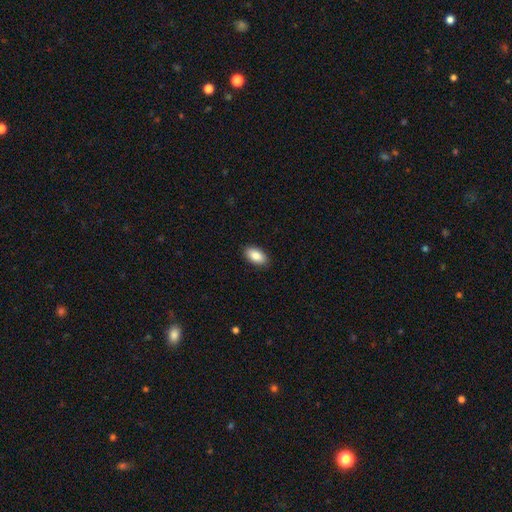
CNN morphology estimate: Smooth or featured?
  - smooth: 86% *
  - featured or disk: 7%
  - star or artifact: 7%
How rounded?
  - in between: 94% *
  - round: 3%
  - cigar-shaped: 3%
Merging?
  - none: 90% *
  - minor disturbance: 7%
  - major disturbance: 2%
  - merger: 1%